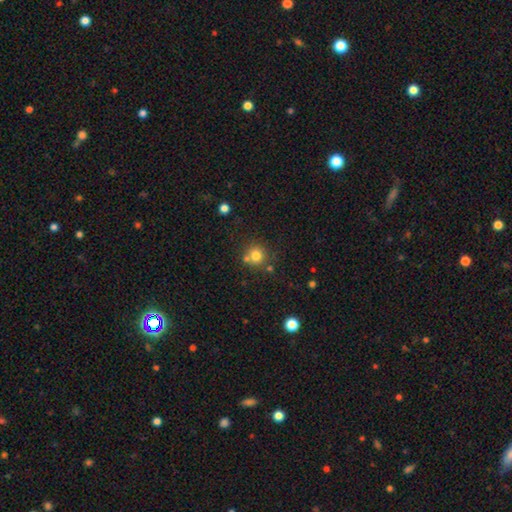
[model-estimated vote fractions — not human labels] The model was most divided on "merging": none: 68%, merger: 19%, minor disturbance: 10%, major disturbance: 3%. More confident: how rounded — round (91%); smooth or featured — smooth (78%).